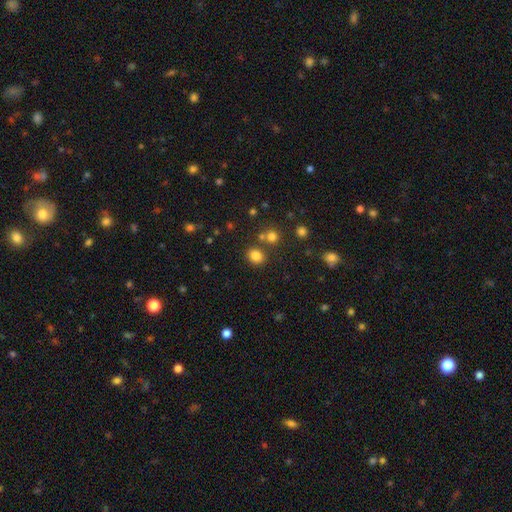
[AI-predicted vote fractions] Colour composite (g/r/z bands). It shows a smooth galaxy with no disk features (81%) that is round (64%). Merging: none (78%).